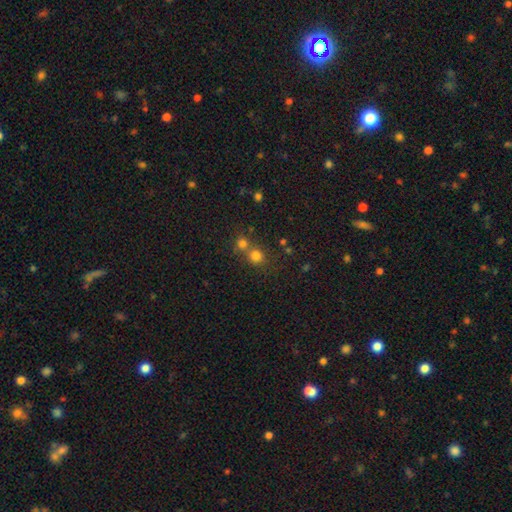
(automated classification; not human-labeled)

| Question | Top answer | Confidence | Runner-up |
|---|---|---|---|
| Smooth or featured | smooth | 76% | star or artifact (17%) |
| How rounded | round | 87% | in between (12%) |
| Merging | none | 55% | merger (36%) |